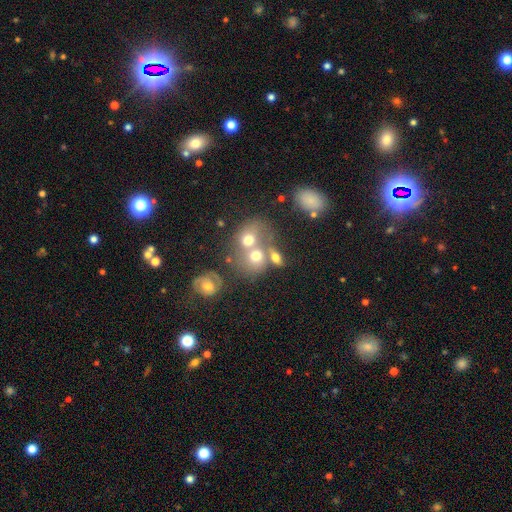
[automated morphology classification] smooth 61%, featured or disk 25%, star or artifact 14%. Down the decision tree: how rounded — round (63%); merging — merger (54%).